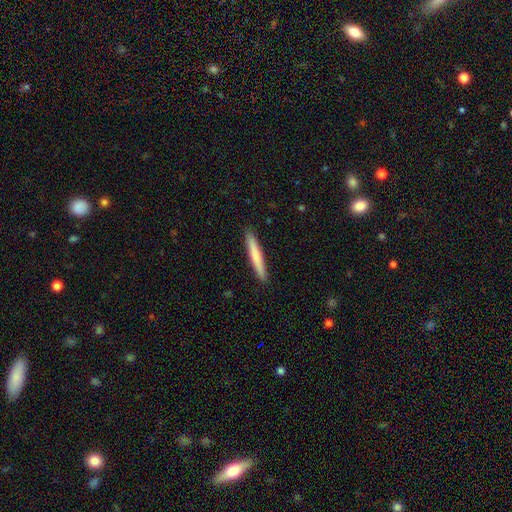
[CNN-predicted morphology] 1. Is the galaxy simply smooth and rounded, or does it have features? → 73% smooth, 22% featured or disk, 5% star or artifact.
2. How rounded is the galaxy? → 96% cigar-shaped, 3% in between, 1% round.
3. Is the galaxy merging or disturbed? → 92% none, 6% minor disturbance, 1% major disturbance, 1% merger.